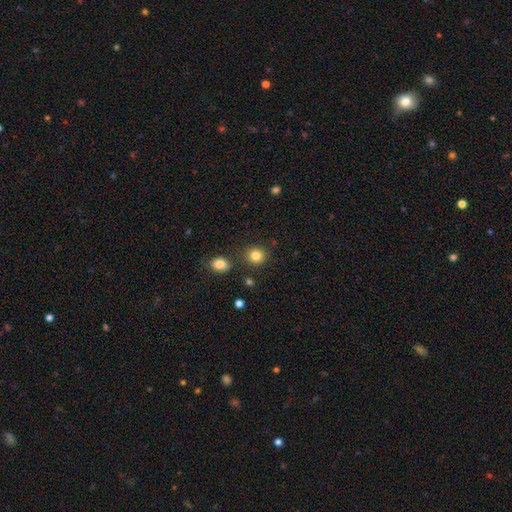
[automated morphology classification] Smooth or featured? Predicted: smooth (p=0.83). How rounded? Predicted: round (p=0.86). Merging? Predicted: none (p=0.85).